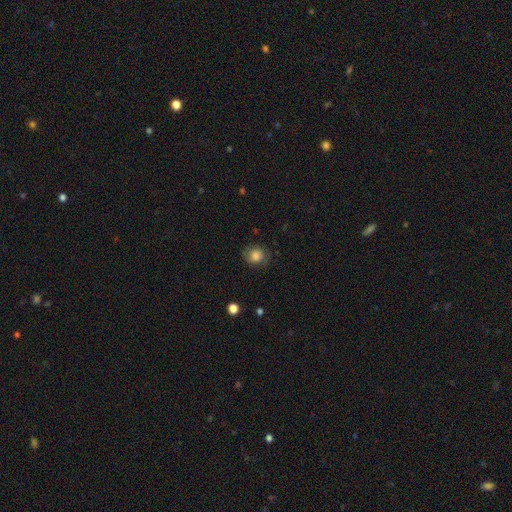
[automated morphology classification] smooth 77%, featured or disk 13%, star or artifact 10%. Down the decision tree: how rounded — round (79%); merging — none (76%).